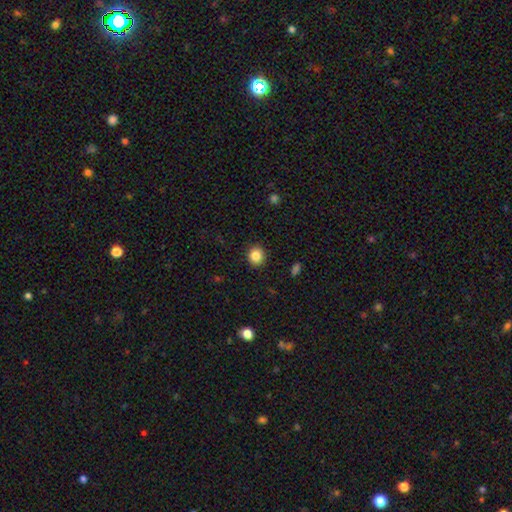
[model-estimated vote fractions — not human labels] Smooth or featured? smooth (85%)
How rounded? round (84%)
Merging? none (91%)